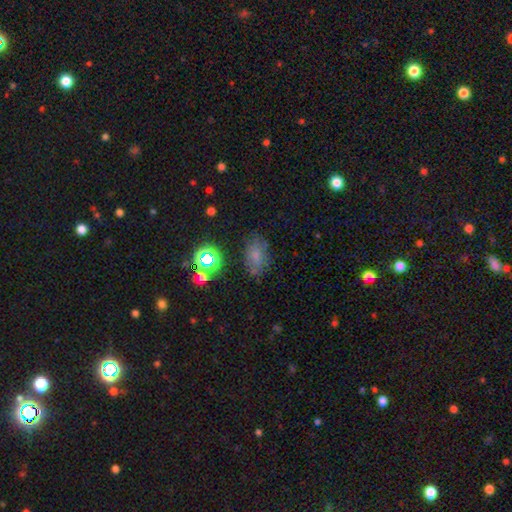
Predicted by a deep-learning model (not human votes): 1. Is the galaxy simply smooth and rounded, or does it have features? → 64% smooth, 21% star or artifact, 15% featured or disk.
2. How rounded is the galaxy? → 81% in between, 17% round, 2% cigar-shaped.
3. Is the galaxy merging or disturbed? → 66% none, 21% minor disturbance, 8% major disturbance, 5% merger.